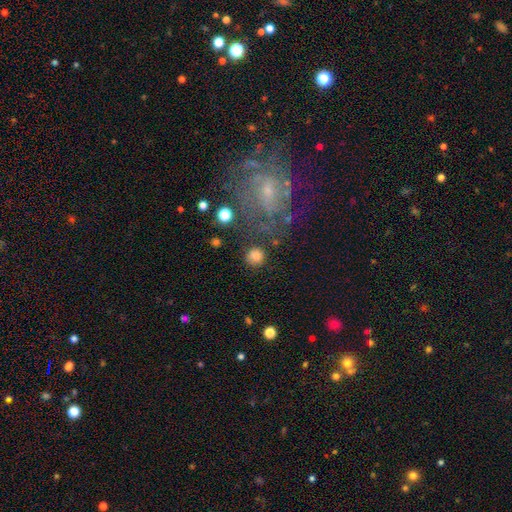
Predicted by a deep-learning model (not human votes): A smooth galaxy with no disk features (80%) that is round (90%).

Vote fractions:
- Smooth or featured? smooth: 80% / star or artifact: 11% / featured or disk: 9%
- How rounded? round: 90% / in between: 9% / cigar-shaped: 1%
- Merging? none: 79% / minor disturbance: 10% / major disturbance: 6% / merger: 4%